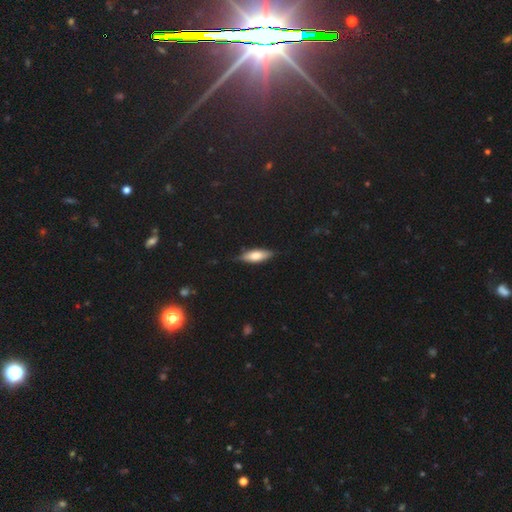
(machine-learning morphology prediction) Smooth or featured? Predicted: smooth (p=0.67). How rounded? Predicted: in between (p=0.61). Merging? Predicted: none (p=0.80).